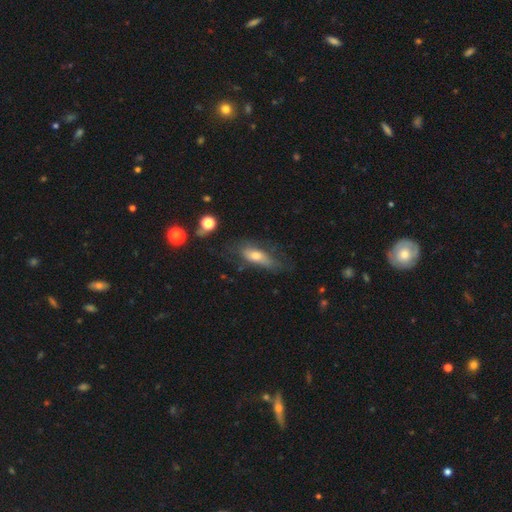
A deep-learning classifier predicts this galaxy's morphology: Smooth or featured: smooth — 50% (featured or disk — 39%)
How rounded: in between — 56% (cigar-shaped — 39%)
Merging: none — 54% (minor disturbance — 26%)